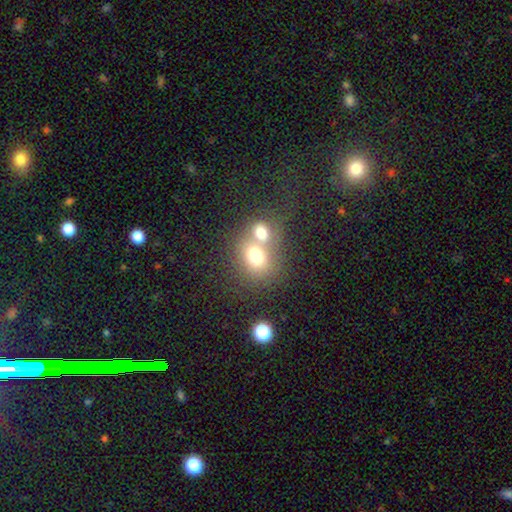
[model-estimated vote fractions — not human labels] The model was most divided on "how rounded": round: 56%, in between: 43%, cigar-shaped: 1%. More confident: smooth or featured — smooth (70%); merging — merger (59%).